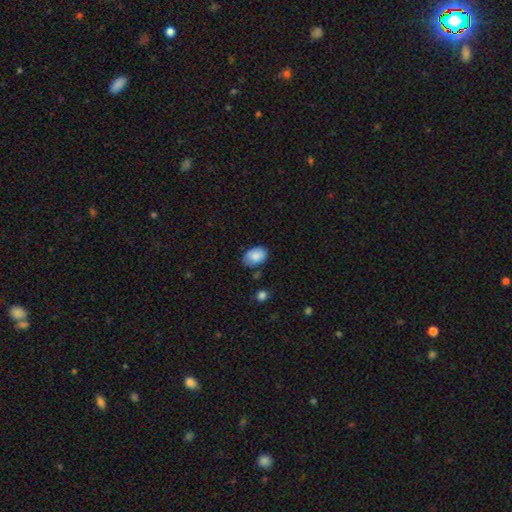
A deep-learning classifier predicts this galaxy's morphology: smooth 85%, featured or disk 8%, star or artifact 7%. Down the decision tree: how rounded — in between (85%); merging — none (73%).